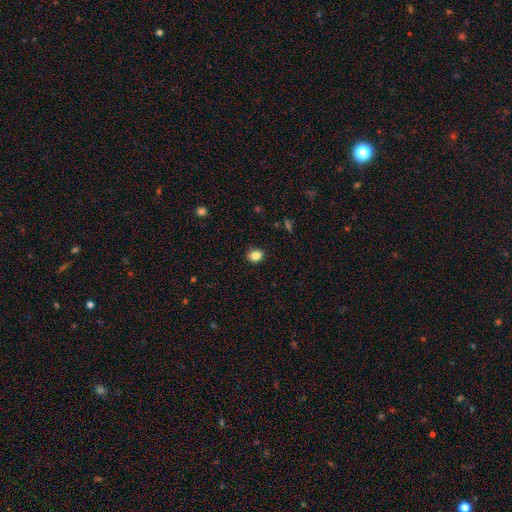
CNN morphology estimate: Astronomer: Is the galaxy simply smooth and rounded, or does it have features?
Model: smooth — 84%.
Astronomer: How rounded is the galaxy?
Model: round — 64%.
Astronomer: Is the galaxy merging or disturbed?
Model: none — 87%.